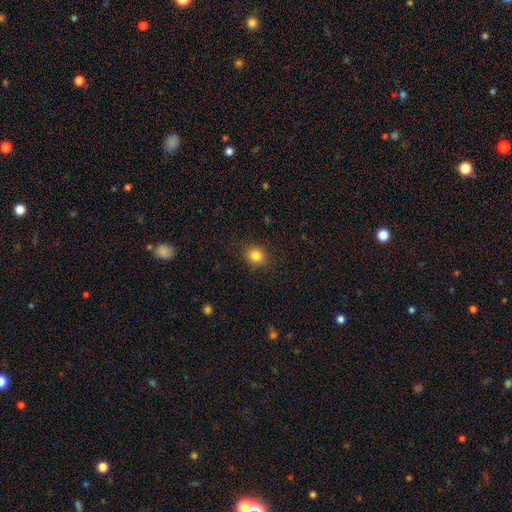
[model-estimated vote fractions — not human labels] This is clearly a smooth galaxy (84%). How rounded: likely round (74%). Merging: clearly none (87%).